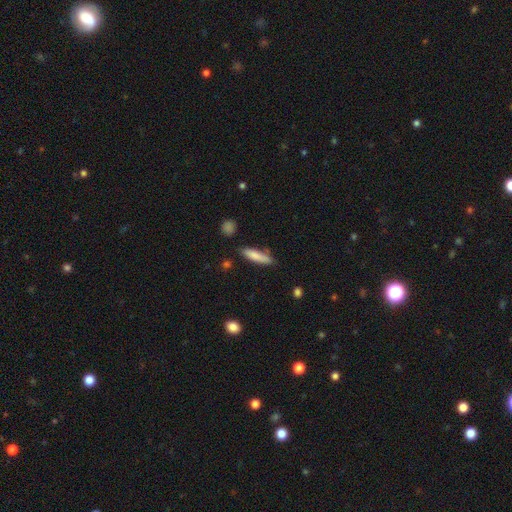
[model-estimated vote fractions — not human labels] A smooth galaxy with no disk features (81%) that is cigar-shaped (74%). Merging: none (75%).